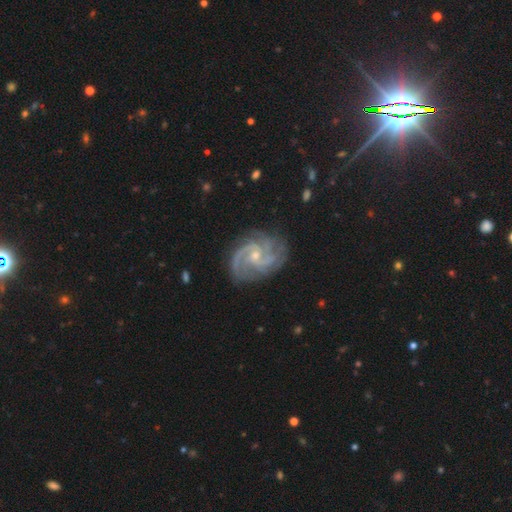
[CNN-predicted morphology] Overall: featured or disk (93%). Edge-on disk: no (98%). Bar: no (53%; weak 39%). Spiral arms: yes (99%). Spiral arm count: 2 (41%; 3 31%). Spiral winding: medium (52%; tight 37%). Bulge size: small (65%; moderate 32%). Merging: none (77%).